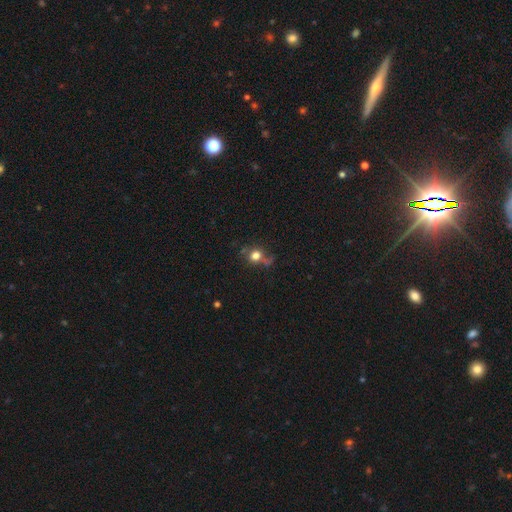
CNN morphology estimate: Smooth or featured? smooth (68%)
How rounded? round (77%)
Merging? none (53%)